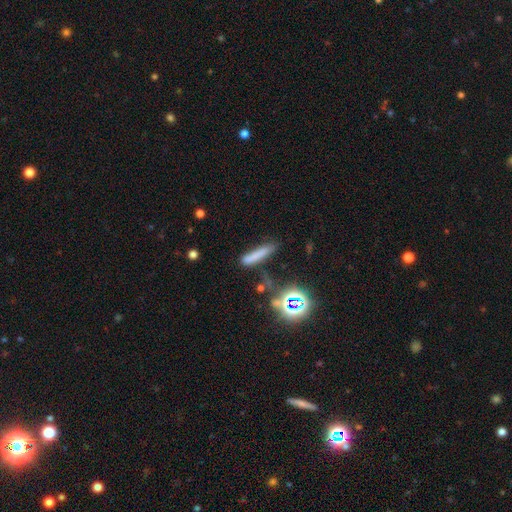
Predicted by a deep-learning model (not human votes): Smooth or featured: smooth — 69% (star or artifact — 17%)
How rounded: cigar-shaped — 87% (in between — 10%)
Merging: none — 66% (minor disturbance — 18%)